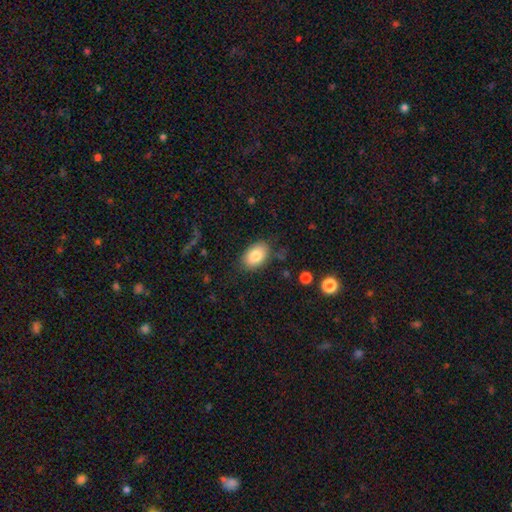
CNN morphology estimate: Smooth or featured?
  - smooth: 84% *
  - featured or disk: 9%
  - star or artifact: 7%
How rounded?
  - in between: 88% *
  - round: 11%
  - cigar-shaped: 1%
Merging?
  - none: 82% *
  - minor disturbance: 13%
  - major disturbance: 3%
  - merger: 2%